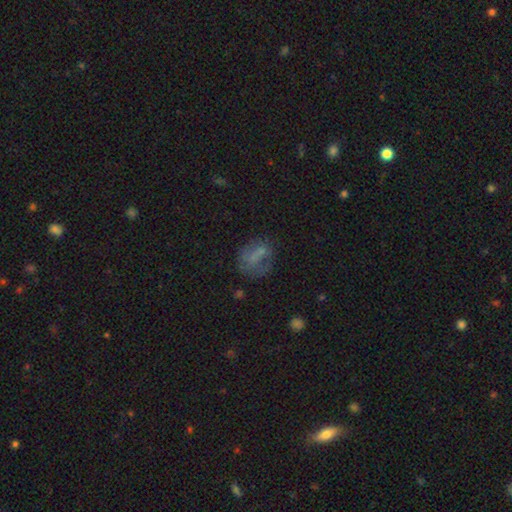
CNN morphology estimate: Overall: smooth (53%; featured or disk 29%). How rounded: in between (49%, tied with round). Merging: none (46%; major disturbance 26%).